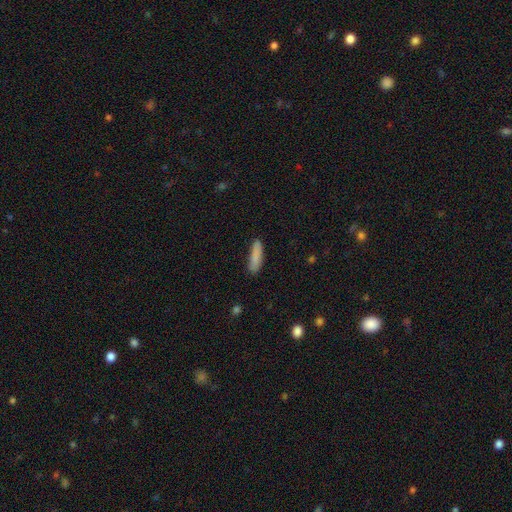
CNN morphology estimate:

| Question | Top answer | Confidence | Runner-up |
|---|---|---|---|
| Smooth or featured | smooth | 86% | featured or disk (7%) |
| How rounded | cigar-shaped | 74% | in between (25%) |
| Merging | none | 84% | minor disturbance (12%) |